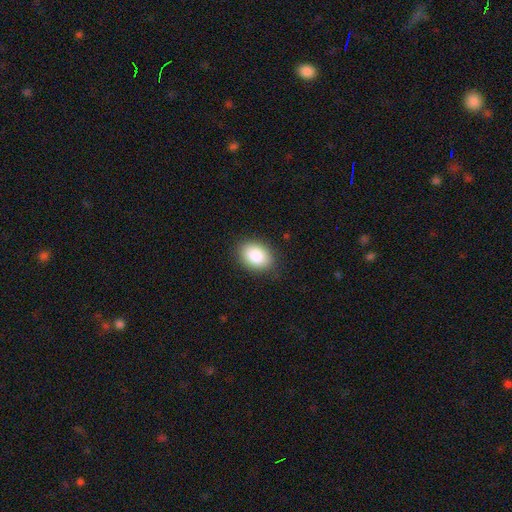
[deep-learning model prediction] This appears to be a smooth galaxy with no disk features (88%) that is in between round and cigar-shaped (79%). Merging: none (86%).